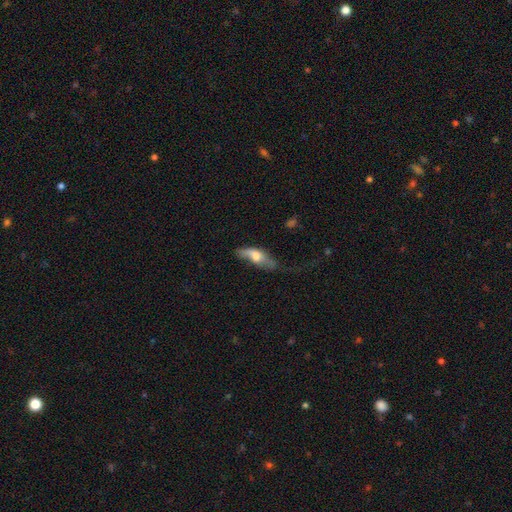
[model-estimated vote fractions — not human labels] Smooth or featured? Predicted: smooth (p=0.56). How rounded? Predicted: in between (p=0.62). Merging? Predicted: none (p=0.35).